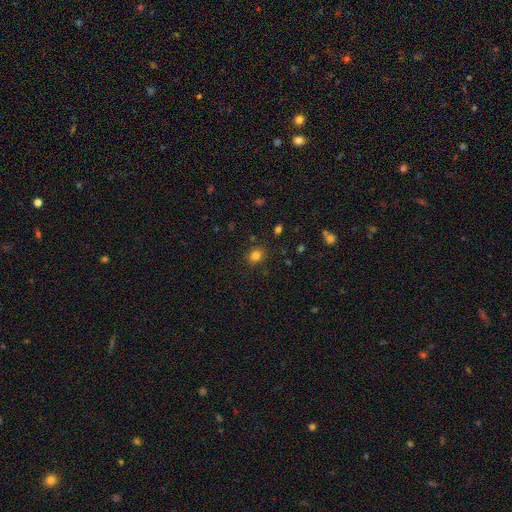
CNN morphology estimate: A smooth galaxy with no disk features (81%) that is round (52%).

Vote fractions:
- Smooth or featured? smooth: 81% / star or artifact: 13% / featured or disk: 6%
- How rounded? round: 52% / in between: 47% / cigar-shaped: 1%
- Merging? none: 85% / minor disturbance: 10% / major disturbance: 3% / merger: 2%